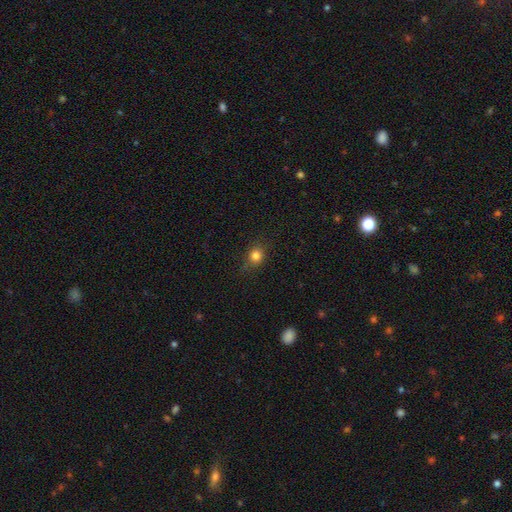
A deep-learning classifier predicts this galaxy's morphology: Q: Smooth or featured?
A: smooth (80%); runner-up: star or artifact (14%)
Q: How rounded?
A: round (78%); runner-up: in between (21%)
Q: Merging?
A: none (80%); runner-up: minor disturbance (15%)